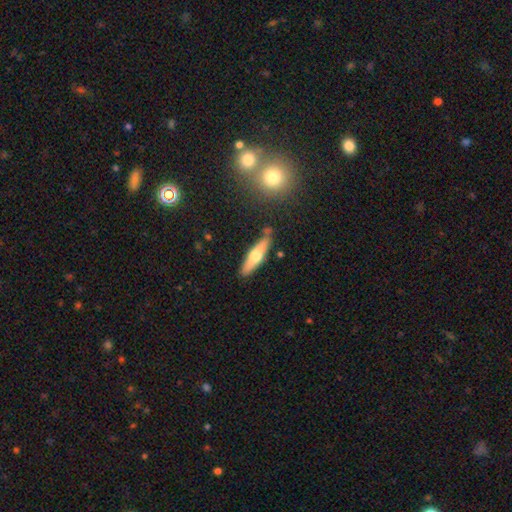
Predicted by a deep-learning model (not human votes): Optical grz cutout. It shows a smooth galaxy with no disk features (50%). Merging: none (83%).